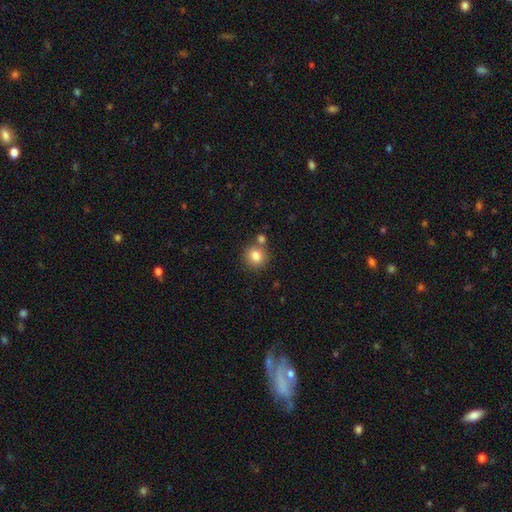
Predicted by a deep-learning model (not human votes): Smooth or featured? smooth (82%)
How rounded? round (87%)
Merging? none (70%)